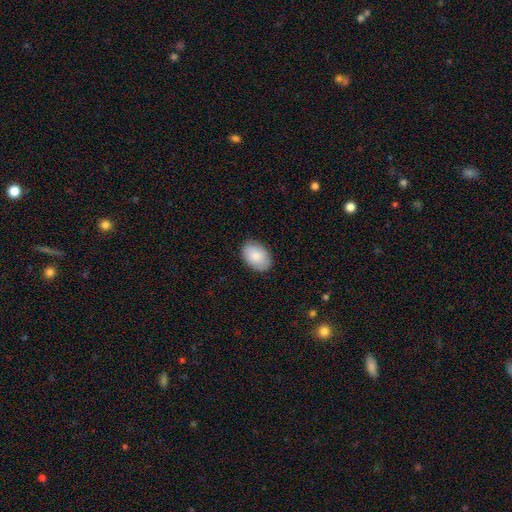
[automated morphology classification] A smooth galaxy with no disk features (86%) that is in between round and cigar-shaped (84%).

Vote fractions:
- Smooth or featured? smooth: 86% / featured or disk: 9% / star or artifact: 6%
- How rounded? in between: 84% / round: 15% / cigar-shaped: 1%
- Merging? none: 86% / minor disturbance: 11% / major disturbance: 2% / merger: 1%